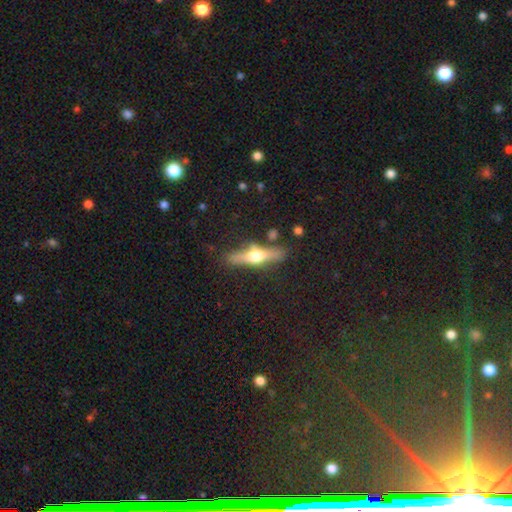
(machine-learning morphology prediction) The model was most divided on "smooth or featured": featured or disk: 61%, smooth: 32%, star or artifact: 7%. More confident: edge-on bulge — rounded (95%); edge-on disk — yes (93%); merging — none (80%).